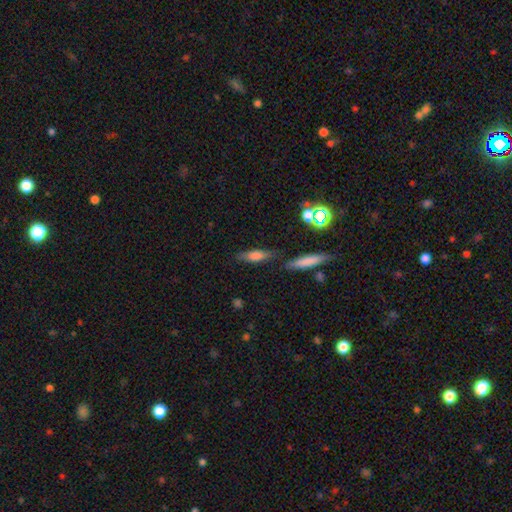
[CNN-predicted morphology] A smooth galaxy with no disk features (66%) that is cigar-shaped (57%).

Vote fractions:
- Smooth or featured? smooth: 66% / featured or disk: 25% / star or artifact: 9%
- How rounded? cigar-shaped: 57% / in between: 40% / round: 4%
- Merging? none: 72% / minor disturbance: 15% / merger: 9% / major disturbance: 4%